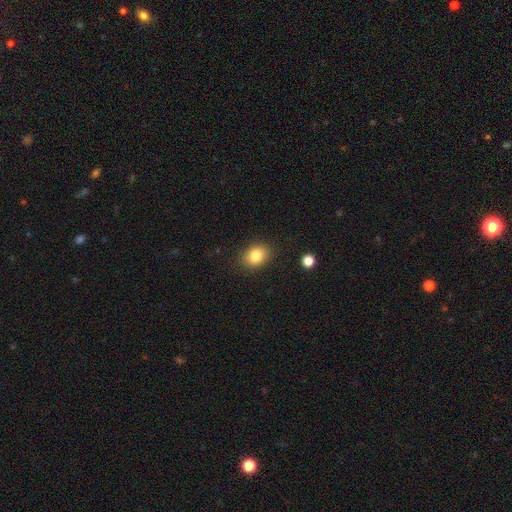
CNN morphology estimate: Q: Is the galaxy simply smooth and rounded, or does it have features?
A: smooth — 83%.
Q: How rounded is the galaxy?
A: in between — 56%.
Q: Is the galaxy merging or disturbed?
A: none — 86%.